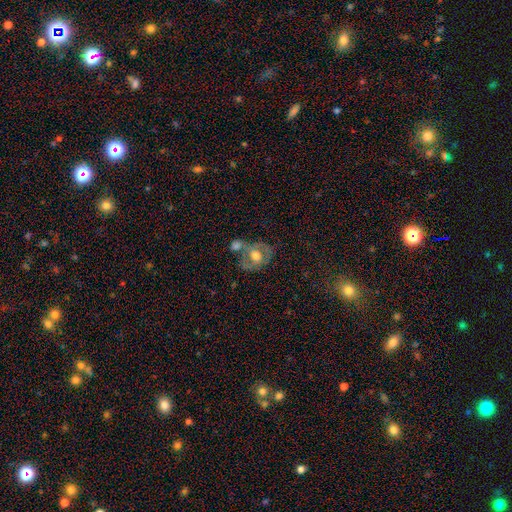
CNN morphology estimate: Smooth or featured?
  - featured or disk: 52% *
  - smooth: 41%
  - star or artifact: 8%
Edge-on disk?
  - no: 94% *
  - yes: 6%
Merging?
  - none: 38% *
  - merger: 33%
  - minor disturbance: 18%
  - major disturbance: 12%